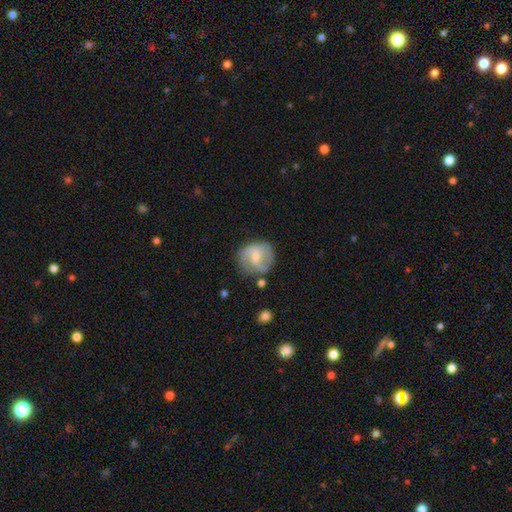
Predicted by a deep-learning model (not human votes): Smooth or featured?
  - featured or disk: 48% *
  - smooth: 45%
  - star or artifact: 7%
Merging?
  - none: 56% *
  - minor disturbance: 26%
  - major disturbance: 14%
  - merger: 5%